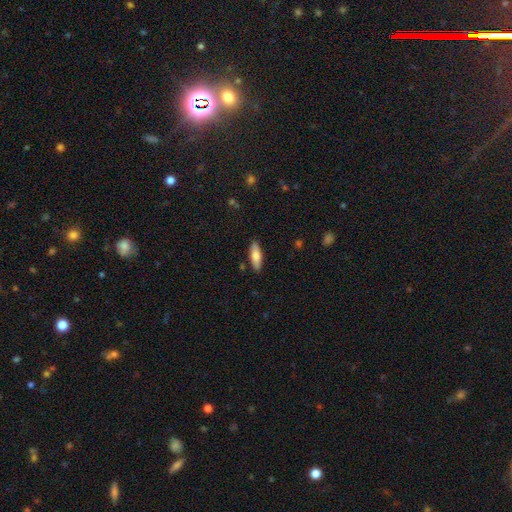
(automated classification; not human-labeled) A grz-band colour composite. It shows a smooth galaxy with no disk features (74%) that is in between round and cigar-shaped (52%). Merging: none (88%).